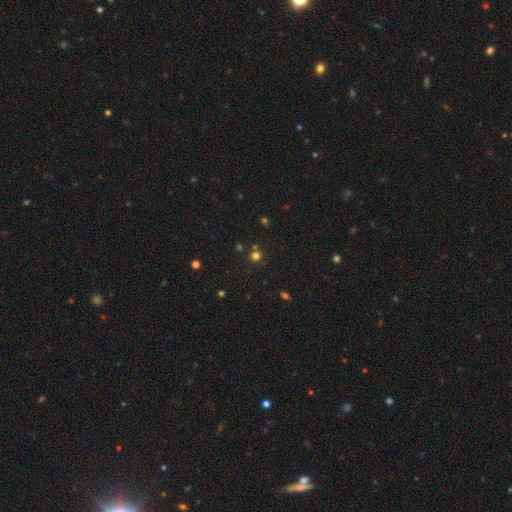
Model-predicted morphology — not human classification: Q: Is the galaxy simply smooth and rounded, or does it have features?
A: smooth — 59%.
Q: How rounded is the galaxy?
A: round — 92%.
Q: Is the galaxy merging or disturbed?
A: none — 79%.